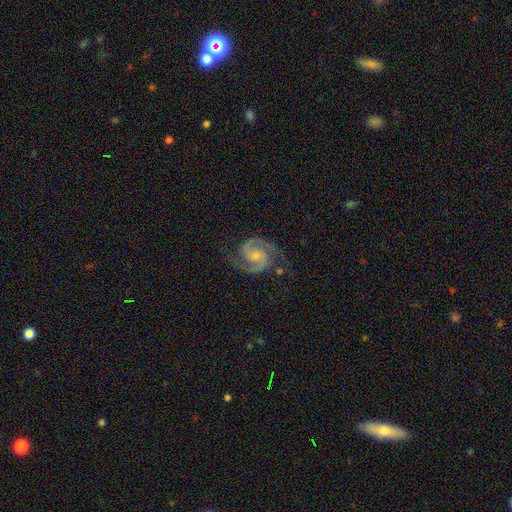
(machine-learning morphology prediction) featured or disk 92%, star or artifact 5%, smooth 3%. Down the decision tree: edge-on disk — no (98%); bar — no (52%); spiral arms — yes (99%); spiral arm count — 2 (94%); spiral winding — medium (56%); bulge size — small (58%); merging — none (79%).